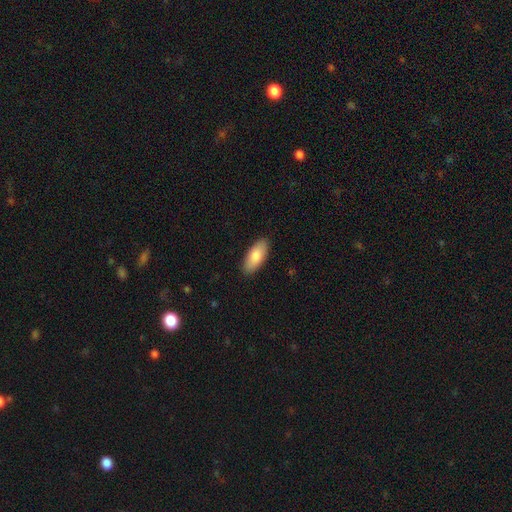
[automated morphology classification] smooth 84%, featured or disk 11%, star or artifact 5%. Down the decision tree: how rounded — in between (87%); merging — none (89%).